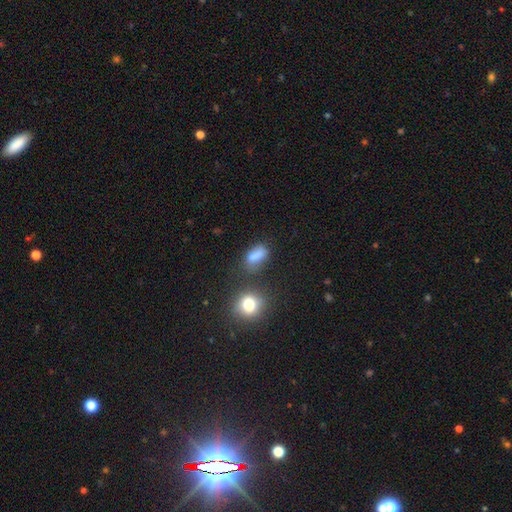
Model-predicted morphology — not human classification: Overall: smooth (79%). How rounded: in between (80%). Merging: none (56%; minor disturbance 22%).